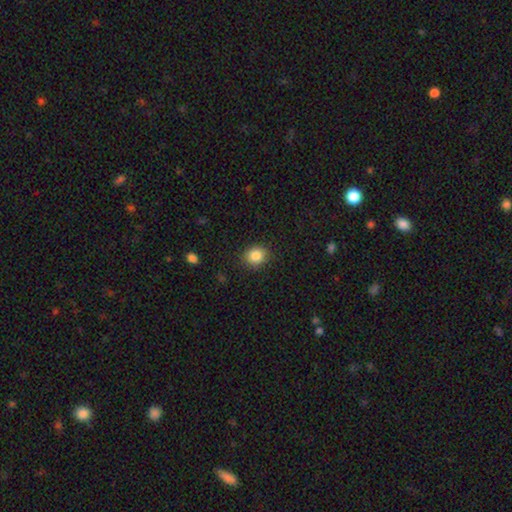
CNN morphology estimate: Q: Smooth or featured?
A: smooth (86%); runner-up: star or artifact (9%)
Q: How rounded?
A: round (70%); runner-up: in between (29%)
Q: Merging?
A: none (88%); runner-up: minor disturbance (9%)